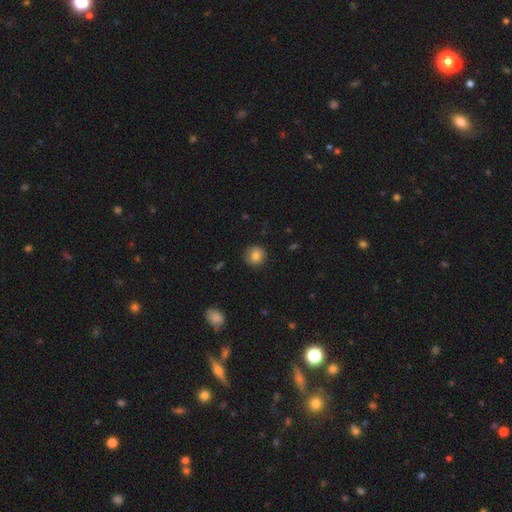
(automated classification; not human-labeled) Smooth or featured: smooth — 83% (star or artifact — 9%)
How rounded: round — 91% (in between — 8%)
Merging: none — 88% (minor disturbance — 9%)